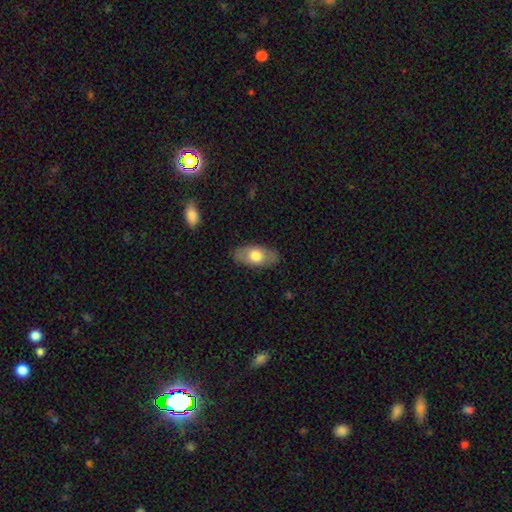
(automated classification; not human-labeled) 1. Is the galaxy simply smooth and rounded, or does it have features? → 65% smooth, 29% featured or disk, 6% star or artifact.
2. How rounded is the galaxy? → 91% in between, 5% cigar-shaped, 4% round.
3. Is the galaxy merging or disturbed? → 84% none, 12% minor disturbance, 3% major disturbance, 1% merger.